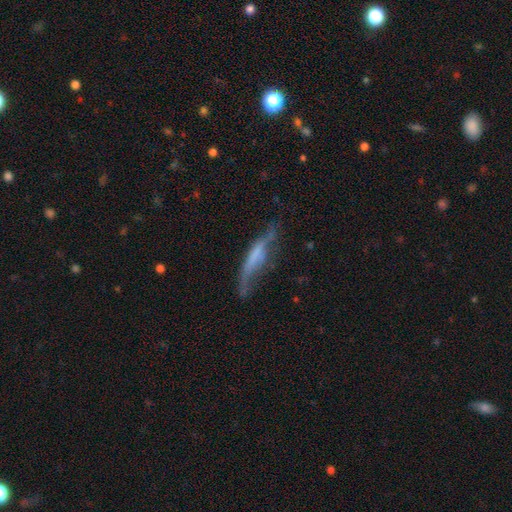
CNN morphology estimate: This is possibly a featured or disk galaxy (52%). It is likely viewed edge-on (68%). Merging: marginally none (41%).